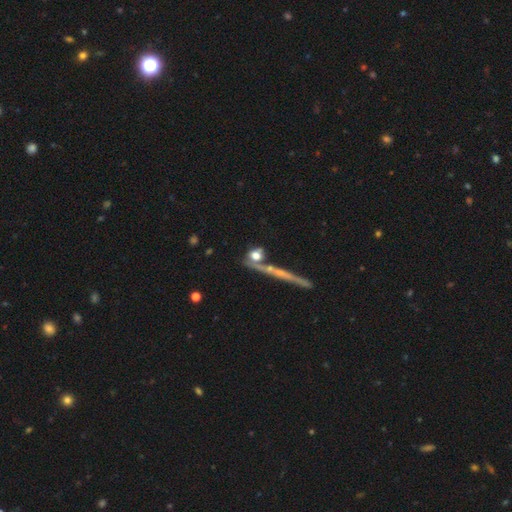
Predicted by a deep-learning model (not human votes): A smooth galaxy with no disk features (60%) that is round (65%). Merging: none (55%).